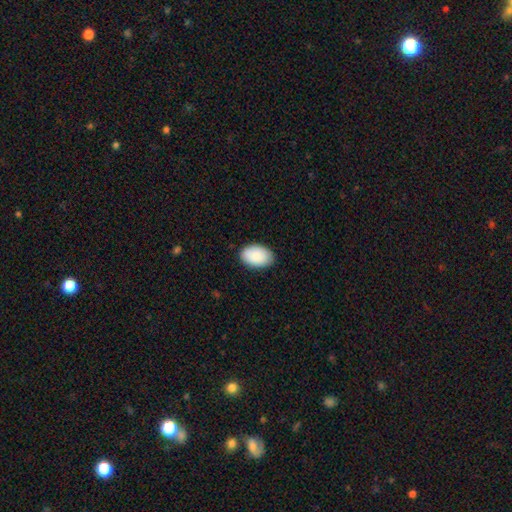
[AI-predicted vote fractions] Smooth or featured? smooth (90%)
How rounded? in between (93%)
Merging? none (86%)